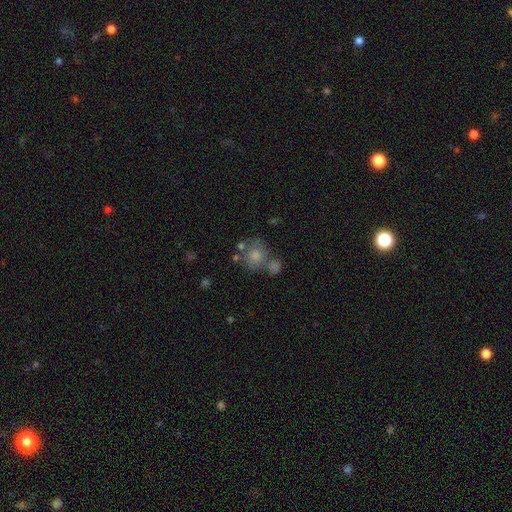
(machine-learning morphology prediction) Q: Smooth or featured?
A: smooth (75%); runner-up: featured or disk (16%)
Q: How rounded?
A: round (80%); runner-up: in between (19%)
Q: Merging?
A: none (49%); runner-up: merger (28%)